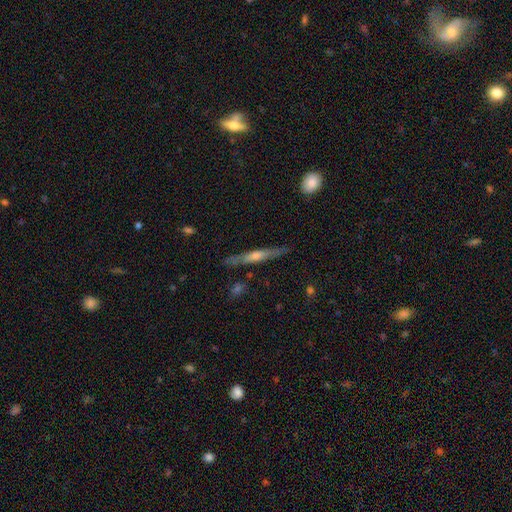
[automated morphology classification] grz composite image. It shows a featured or disk galaxy (71%) viewed edge-on (96%) with a rounded central bulge (72%). Merging: none (87%).